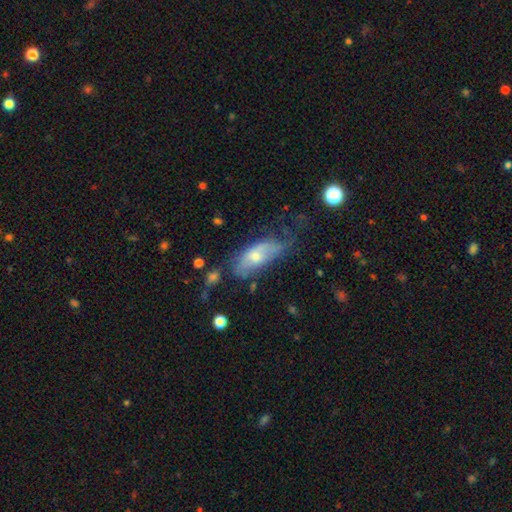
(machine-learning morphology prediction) Overall: smooth (54%; featured or disk 38%). How rounded: in between (79%). Merging: none (35%, tied with minor disturbance).